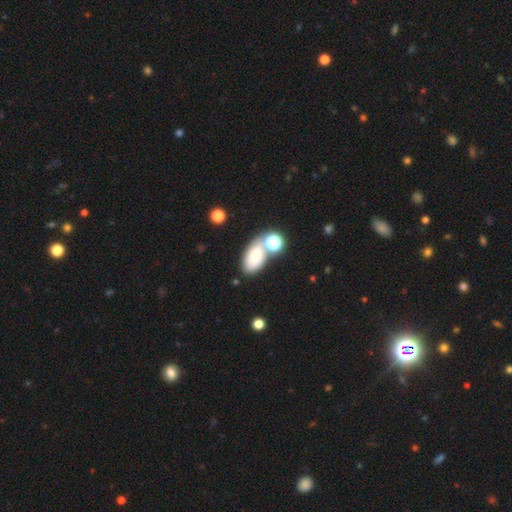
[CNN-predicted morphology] type=smooth (72%); roundness=in between (90%); merging=none (48%).